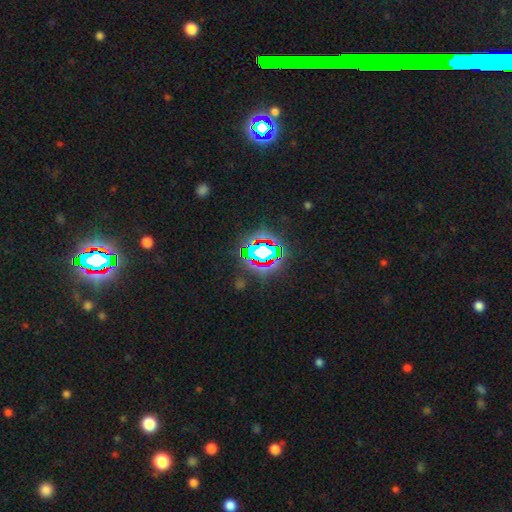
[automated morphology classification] Smooth or featured?
  - star or artifact: 83% *
  - smooth: 10%
  - featured or disk: 8%